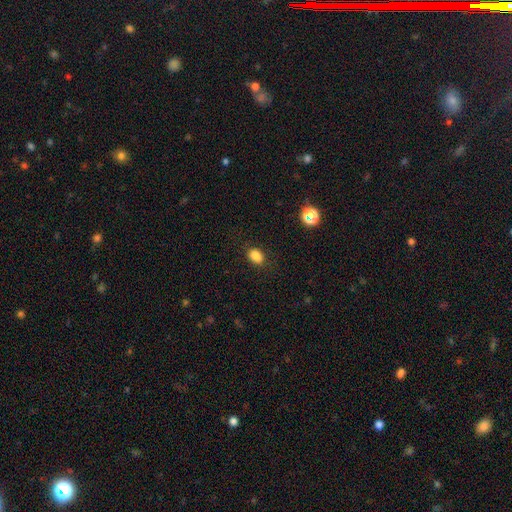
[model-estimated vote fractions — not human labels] A smooth galaxy with no disk features (84%) that is in between round and cigar-shaped (75%).

Vote fractions:
- Smooth or featured? smooth: 84% / star or artifact: 12% / featured or disk: 4%
- How rounded? in between: 75% / round: 24% / cigar-shaped: 1%
- Merging? none: 83% / minor disturbance: 12% / major disturbance: 4% / merger: 1%